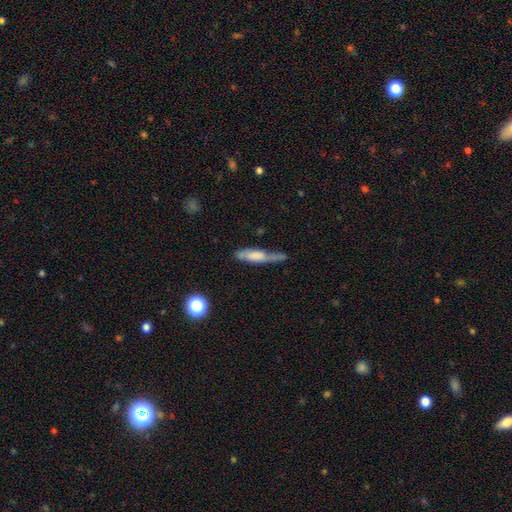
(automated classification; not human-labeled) smooth_or_featured: smooth (p=0.56) [alt: featured or disk p=0.37]
how_rounded: cigar-shaped (p=0.80) [alt: in between p=0.18]
merging: none (p=0.43) [alt: minor disturbance p=0.33]